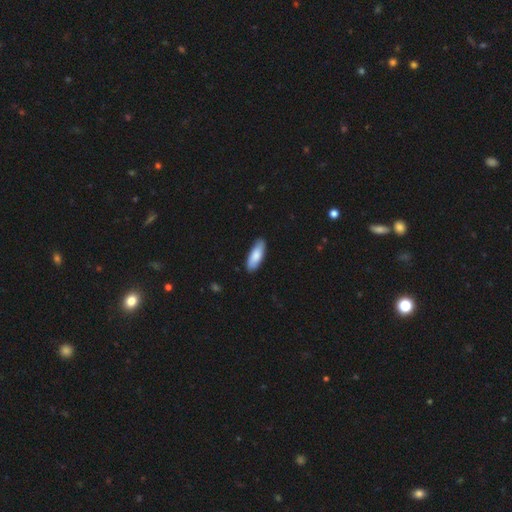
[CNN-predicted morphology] smooth-or-featured: smooth: 82% | featured or disk: 13% | star or artifact: 5%
  how-rounded: in between: 63% | cigar-shaped: 35% | round: 2%
  merging: none: 87% | minor disturbance: 11% | major disturbance: 2% | merger: 1%